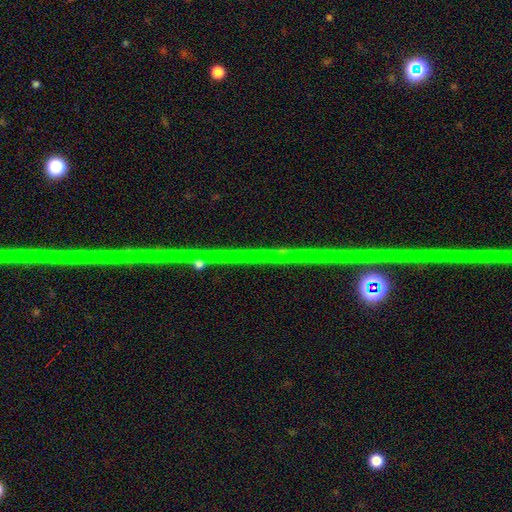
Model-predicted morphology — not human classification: This is clearly a star or artifact rather than a galaxy (83%).